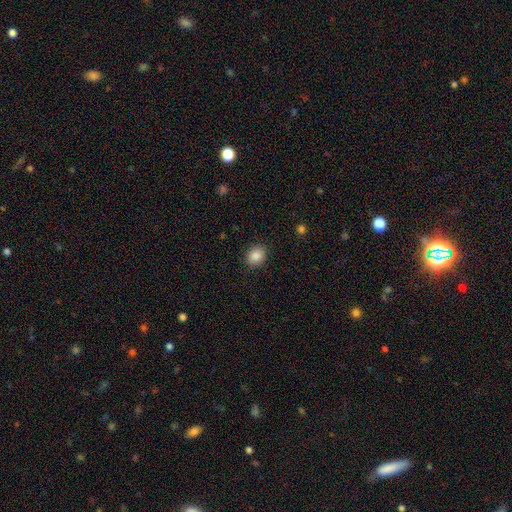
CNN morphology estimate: Smooth or featured? smooth (87%)
How rounded? round (59%)
Merging? none (89%)